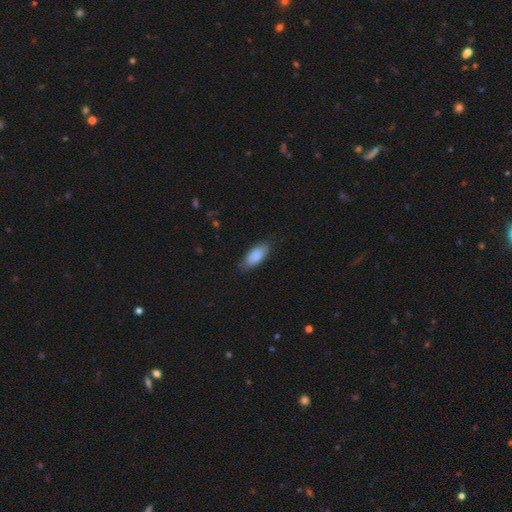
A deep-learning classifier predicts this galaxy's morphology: Smooth or featured? smooth (88%)
How rounded? in between (84%)
Merging? none (81%)